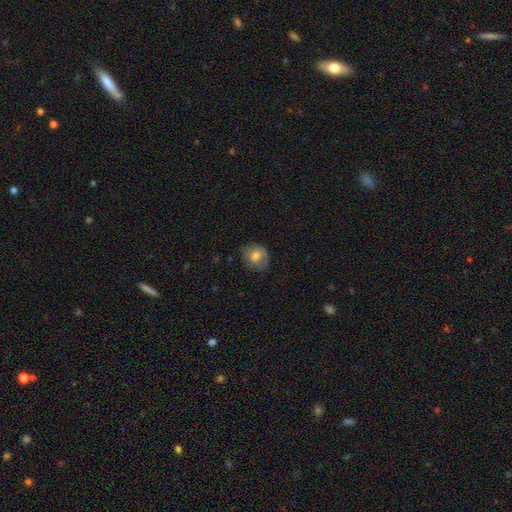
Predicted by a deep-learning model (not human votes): smooth 74%, featured or disk 18%, star or artifact 9%. Down the decision tree: how rounded — round (69%); merging — none (72%).